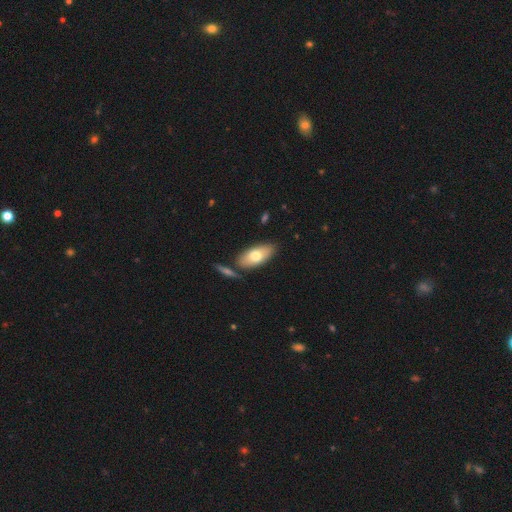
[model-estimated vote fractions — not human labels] smooth 72%, featured or disk 22%, star or artifact 6%. Down the decision tree: how rounded — in between (89%); merging — none (76%).